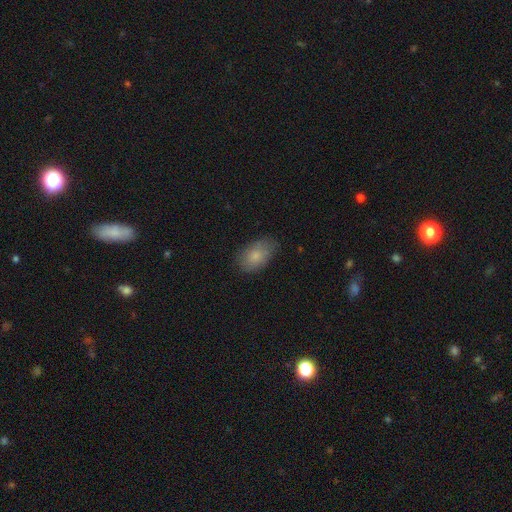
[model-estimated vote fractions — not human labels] Overall: smooth (82%). How rounded: in between (91%). Merging: none (72%).